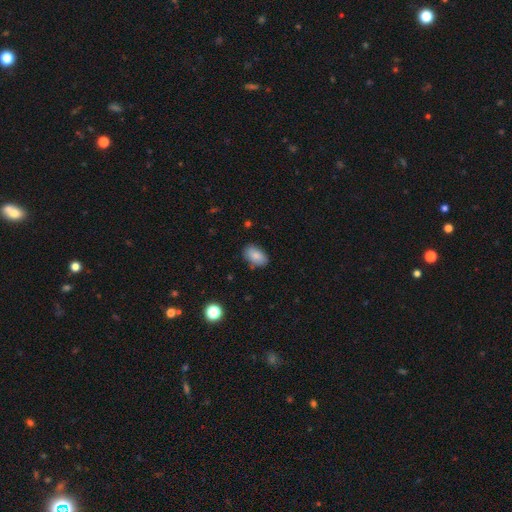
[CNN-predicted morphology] A smooth galaxy with no disk features (84%) that is in between round and cigar-shaped (91%).

Vote fractions:
- Smooth or featured? smooth: 84% / featured or disk: 8% / star or artifact: 8%
- How rounded? in between: 91% / round: 7% / cigar-shaped: 2%
- Merging? none: 83% / minor disturbance: 13% / major disturbance: 3% / merger: 2%